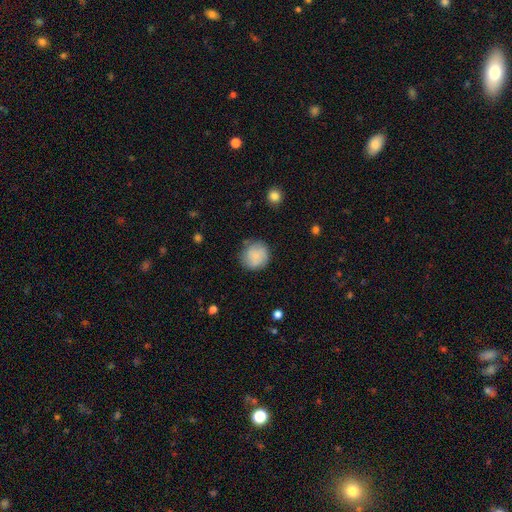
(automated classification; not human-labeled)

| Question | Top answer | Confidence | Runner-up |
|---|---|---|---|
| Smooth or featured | smooth | 75% | featured or disk (18%) |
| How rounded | round | 90% | in between (9%) |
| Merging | none | 76% | minor disturbance (17%) |